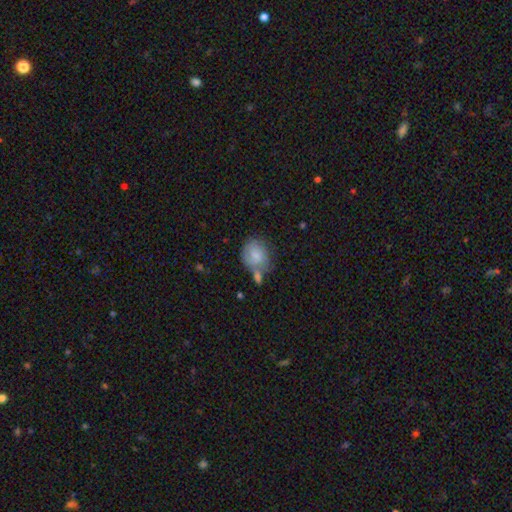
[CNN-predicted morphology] This is likely a smooth galaxy (75%). How rounded: possibly round (57%). Merging: marginally none (42%).